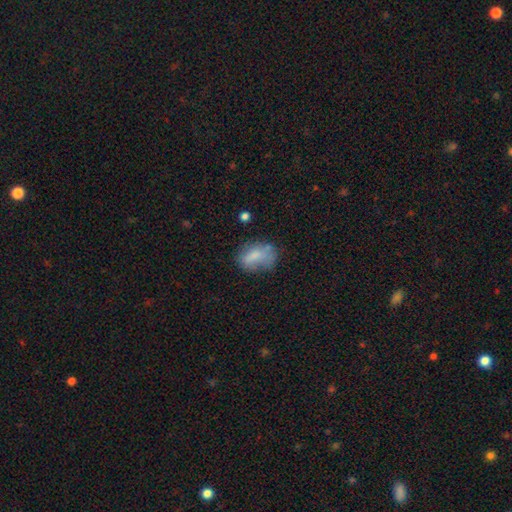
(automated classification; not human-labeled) This appears to be a smooth galaxy with no disk features (70%) that is in between round and cigar-shaped (78%). Merging: none (48%).